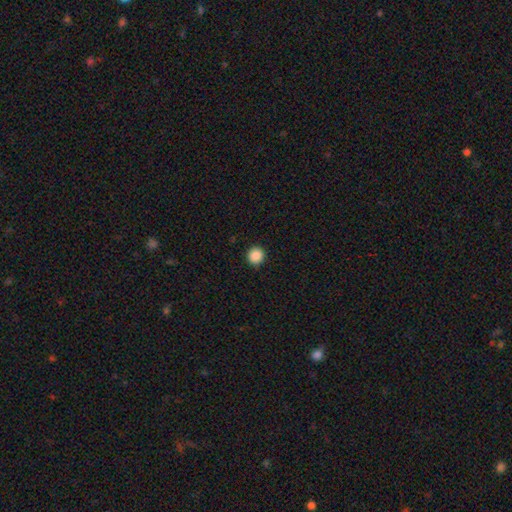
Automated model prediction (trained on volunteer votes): Morphology: type=smooth (88%); roundness=round (94%); merging=none (92%).